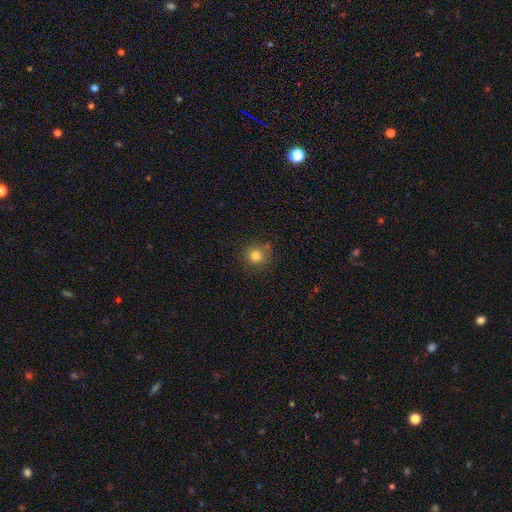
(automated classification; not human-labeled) smooth_or_featured: smooth (p=0.80) [alt: star or artifact p=0.13]
how_rounded: round (p=0.91) [alt: in between p=0.08]
merging: none (p=0.81) [alt: minor disturbance p=0.11]